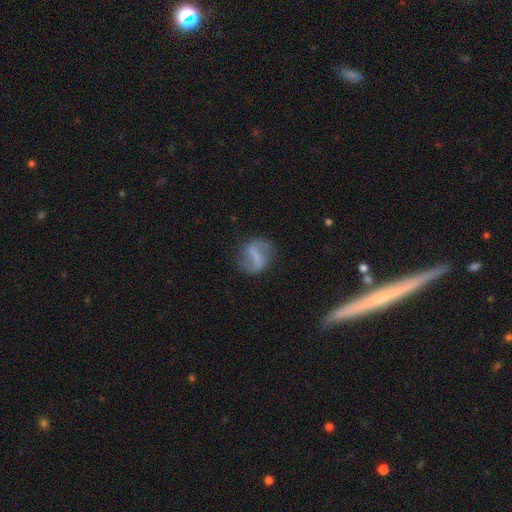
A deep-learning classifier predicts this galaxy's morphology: Smooth or featured: featured or disk — 67% (smooth — 24%)
Edge-on disk: no — 96% (yes — 4%)
Bar: strong — 62% (weak — 26%)
Spiral arms: yes — 75% (no — 25%)
Bulge size: none — 63% (small — 22%)
Merging: none — 74% (minor disturbance — 16%)